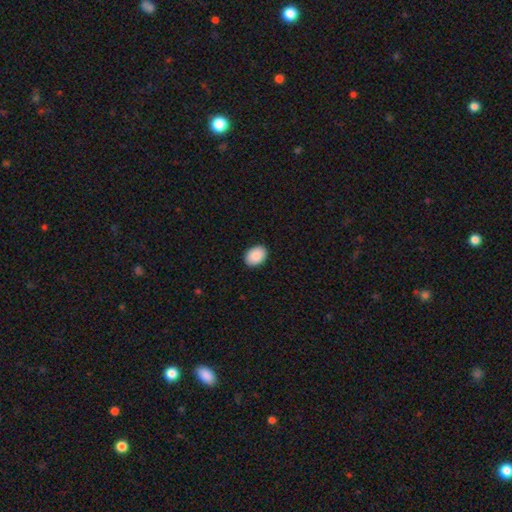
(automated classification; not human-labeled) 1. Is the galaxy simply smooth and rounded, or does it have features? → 90% smooth, 7% star or artifact, 3% featured or disk.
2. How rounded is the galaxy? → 72% in between, 27% round, 1% cigar-shaped.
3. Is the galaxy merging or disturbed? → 91% none, 7% minor disturbance, 2% major disturbance, 1% merger.